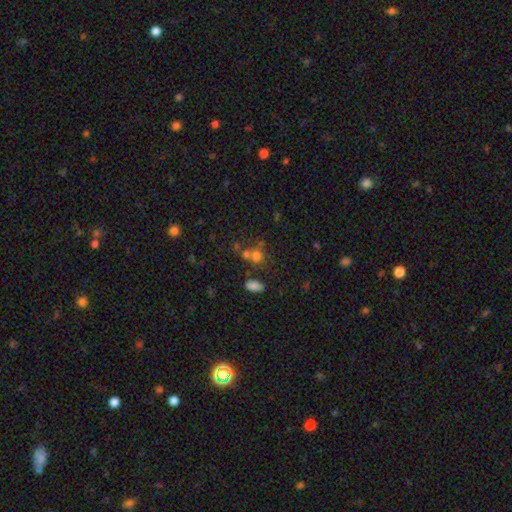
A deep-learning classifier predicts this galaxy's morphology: Q: Smooth or featured?
A: smooth (69%); runner-up: star or artifact (20%)
Q: How rounded?
A: round (72%); runner-up: in between (26%)
Q: Merging?
A: none (50%); runner-up: merger (33%)